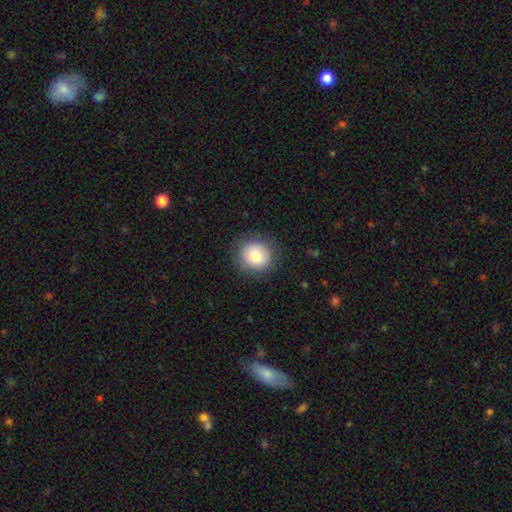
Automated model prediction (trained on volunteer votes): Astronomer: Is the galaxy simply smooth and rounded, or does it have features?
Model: smooth — 77%.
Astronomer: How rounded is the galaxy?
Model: round — 89%.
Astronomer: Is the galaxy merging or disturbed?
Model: none — 87%.